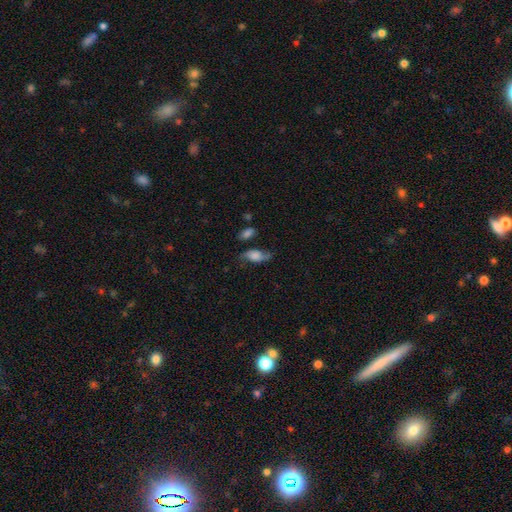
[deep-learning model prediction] Q: Smooth or featured?
A: featured or disk (46%); runner-up: smooth (44%)
Q: Merging?
A: none (57%); runner-up: minor disturbance (25%)